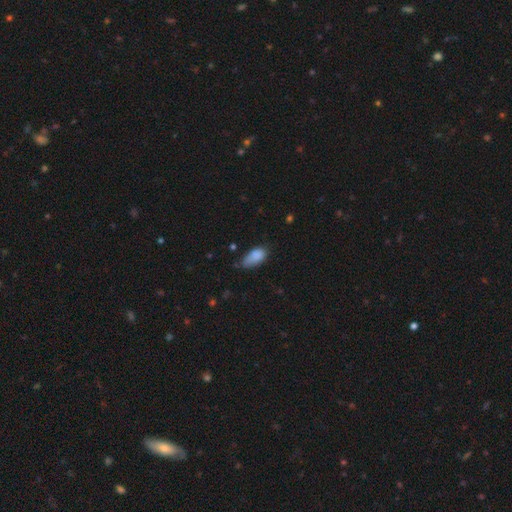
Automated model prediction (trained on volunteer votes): smooth_or_featured: smooth (p=0.83) [alt: featured or disk p=0.08]
how_rounded: in between (p=0.91) [alt: cigar-shaped p=0.05]
merging: none (p=0.42) [tied with: minor disturbance p=0.42]